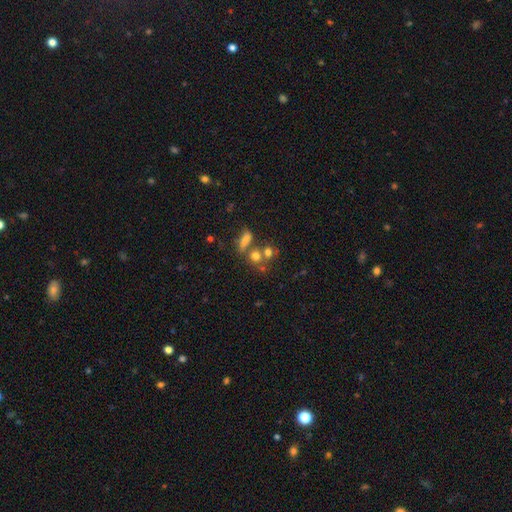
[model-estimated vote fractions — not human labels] Smooth or featured? smooth (66%)
How rounded? round (62%)
Merging? none (45%)